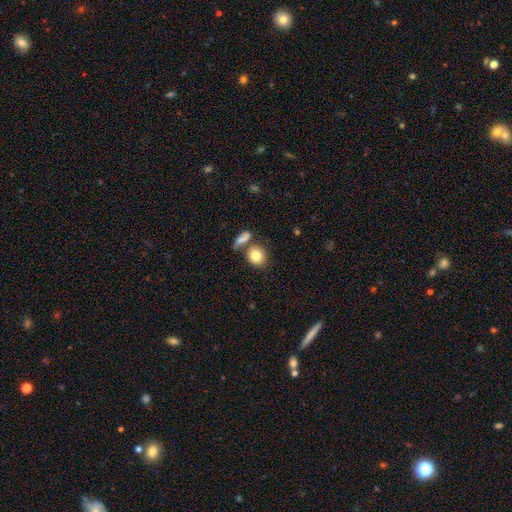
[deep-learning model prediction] A smooth galaxy with no disk features (82%) that is round (73%).

Vote fractions:
- Smooth or featured? smooth: 82% / featured or disk: 10% / star or artifact: 8%
- How rounded? round: 73% / in between: 26% / cigar-shaped: 1%
- Merging? none: 60% / merger: 25% / minor disturbance: 11% / major disturbance: 4%